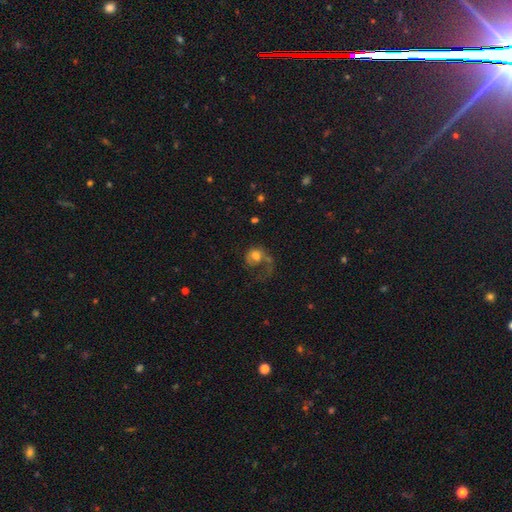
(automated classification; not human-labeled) This appears to be a smooth galaxy with no disk features (52%) that is round (61%). Merging: major disturbance (58%).